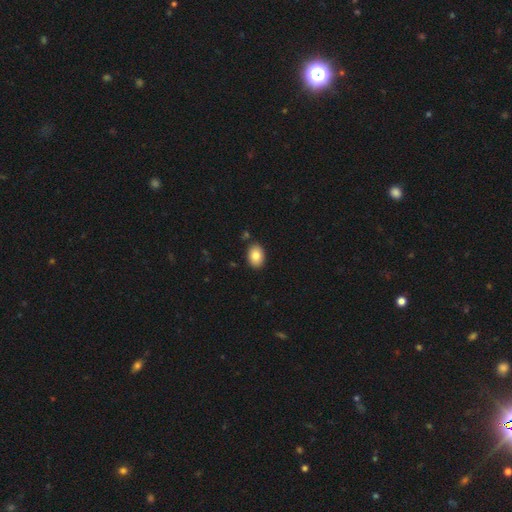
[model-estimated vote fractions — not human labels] Morphology: type=smooth (84%); roundness=in between (84%); merging=none (88%).